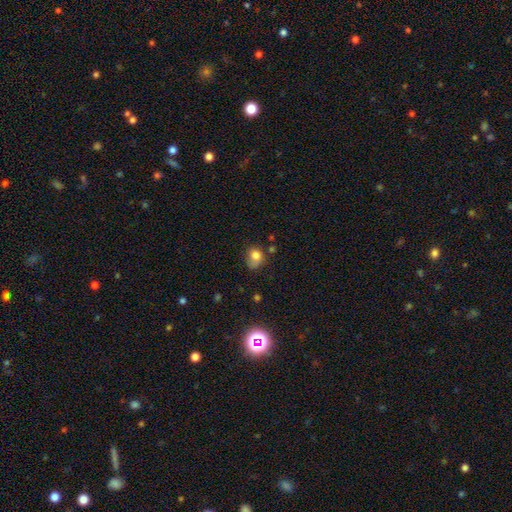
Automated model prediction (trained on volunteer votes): smooth 78%, star or artifact 11%, featured or disk 11%. Down the decision tree: how rounded — round (57%); merging — none (46%).